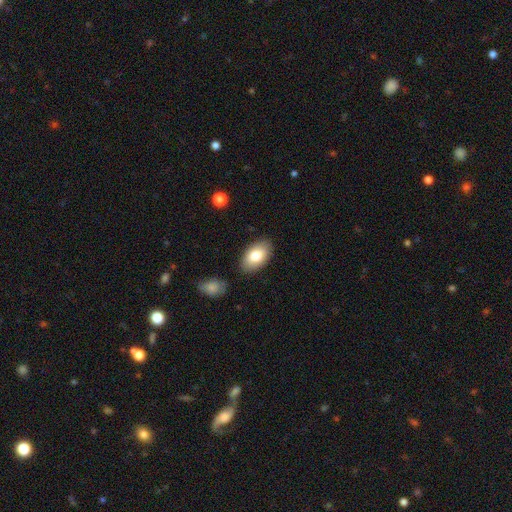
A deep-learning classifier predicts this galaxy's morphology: This appears to be a smooth galaxy with no disk features (79%) that is in between round and cigar-shaped (93%). Merging: none (85%).